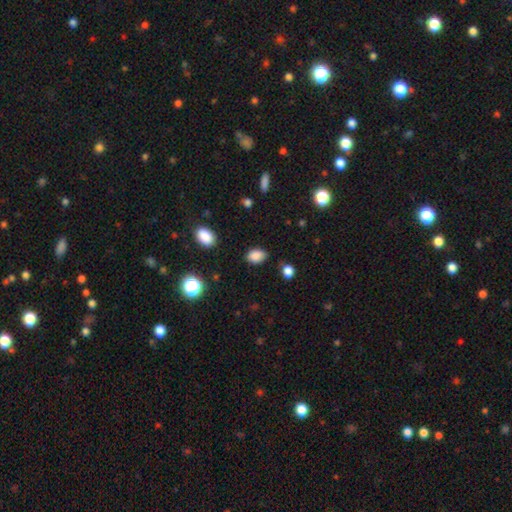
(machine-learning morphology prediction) Overall: smooth (86%). How rounded: in between (81%). Merging: none (72%).